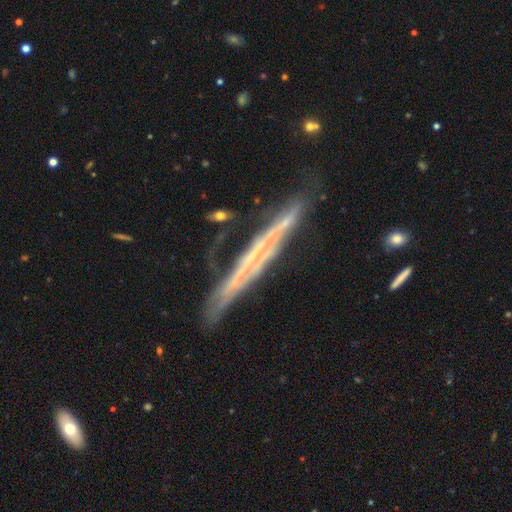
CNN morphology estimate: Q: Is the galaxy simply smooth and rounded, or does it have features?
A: featured or disk — 73%.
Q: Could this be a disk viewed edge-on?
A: yes — 83%.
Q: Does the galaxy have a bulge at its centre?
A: none — 81%.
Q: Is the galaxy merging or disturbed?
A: none — 69%.